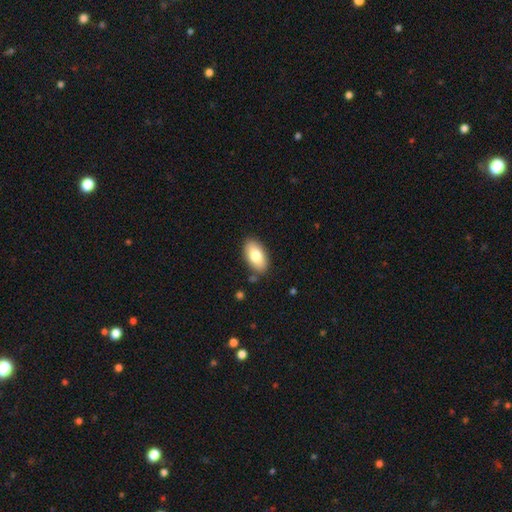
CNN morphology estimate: The model was most divided on "smooth or featured": smooth: 79%, featured or disk: 15%, star or artifact: 6%. More confident: how rounded — in between (94%); merging — none (85%).